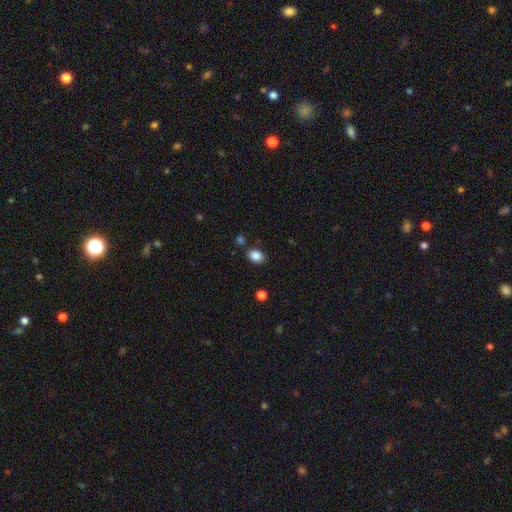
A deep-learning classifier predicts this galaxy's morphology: The model was most divided on "how rounded": in between: 68%, round: 31%, cigar-shaped: 1%. More confident: smooth or featured — smooth (87%); merging — none (83%).